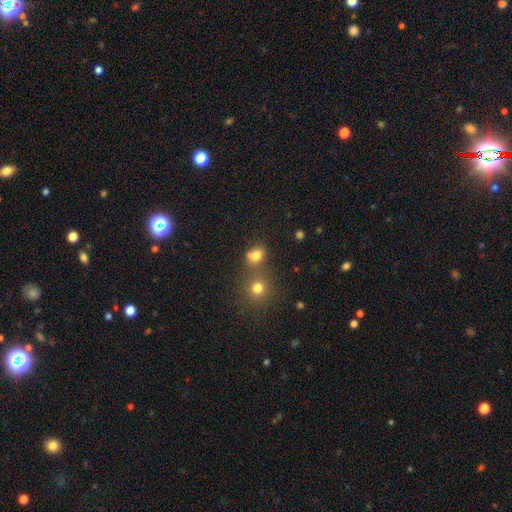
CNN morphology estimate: The model was most divided on "merging": none: 51%, merger: 34%, minor disturbance: 11%, major disturbance: 5%. More confident: smooth or featured — smooth (78%); how rounded — round (63%).